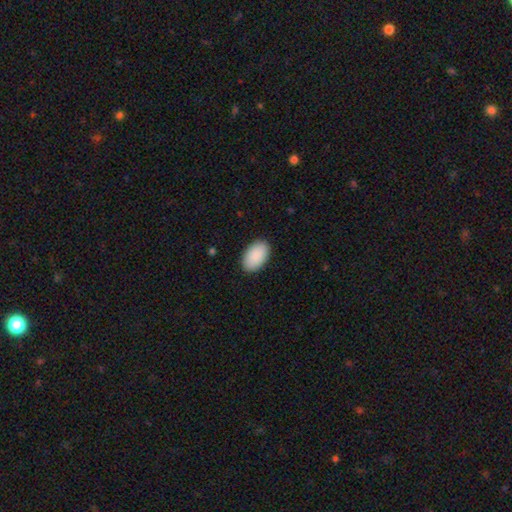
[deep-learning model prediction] The model was most divided on "merging": none: 89%, minor disturbance: 8%, major disturbance: 2%, merger: 1%. More confident: how rounded — in between (95%); smooth or featured — smooth (91%).